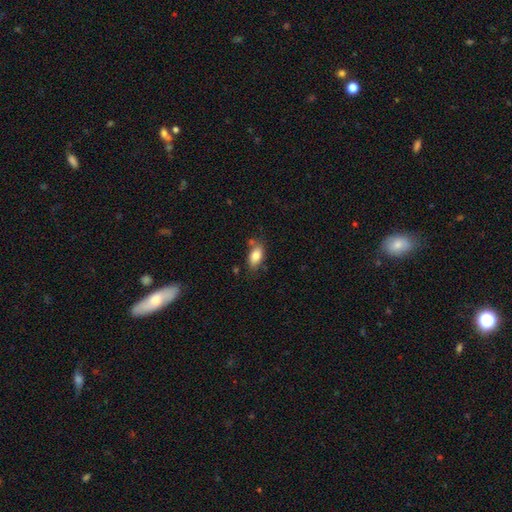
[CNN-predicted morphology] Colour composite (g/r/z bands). It shows a smooth galaxy with no disk features (82%) that is in between round and cigar-shaped (90%). Merging: none (68%).